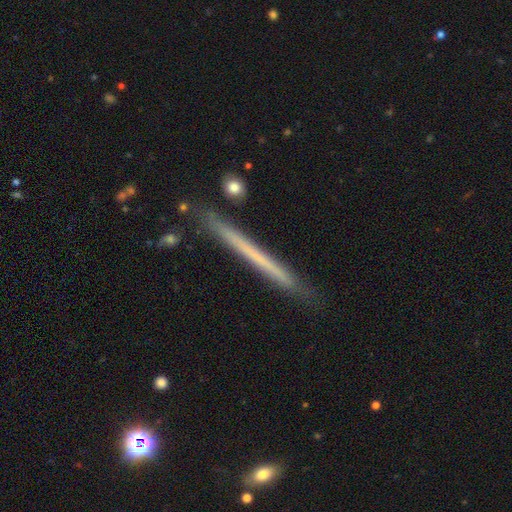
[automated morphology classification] Smooth or featured? Predicted: featured or disk (p=0.49). Merging? Predicted: none (p=0.87).